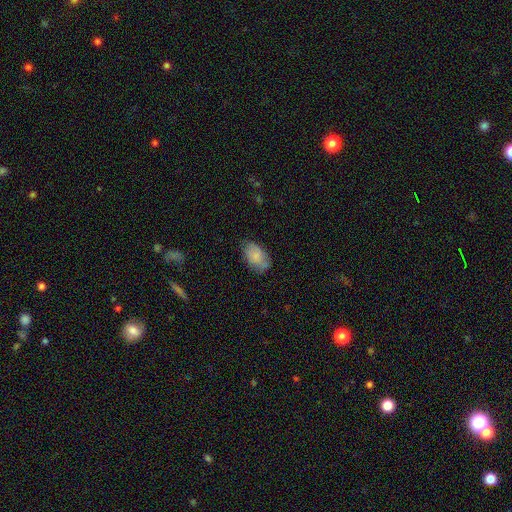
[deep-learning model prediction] smooth 82%, featured or disk 11%, star or artifact 7%. Down the decision tree: how rounded — in between (92%); merging — none (70%).